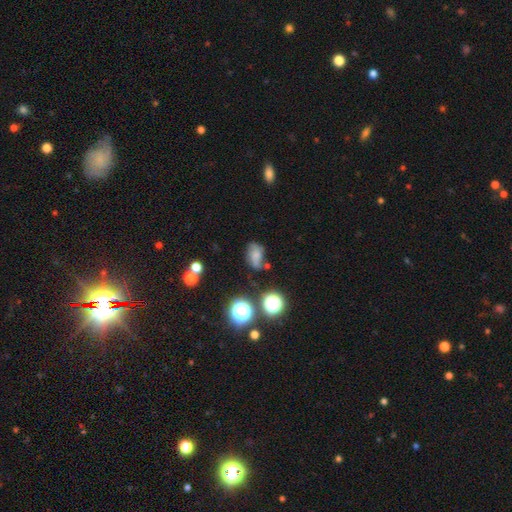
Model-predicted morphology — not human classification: A smooth galaxy with no disk features (58%) that is in between round and cigar-shaped (80%). Merging: none (47%).